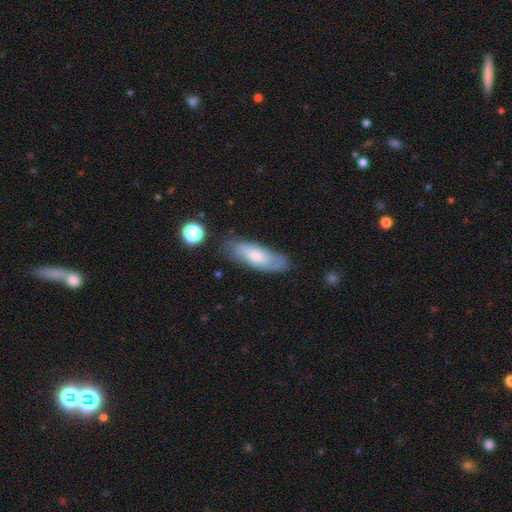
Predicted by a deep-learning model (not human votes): smooth_or_featured: smooth (p=0.54) [alt: featured or disk p=0.38]
how_rounded: in between (p=0.60) [alt: cigar-shaped p=0.37]
merging: none (p=0.70) [alt: minor disturbance p=0.21]